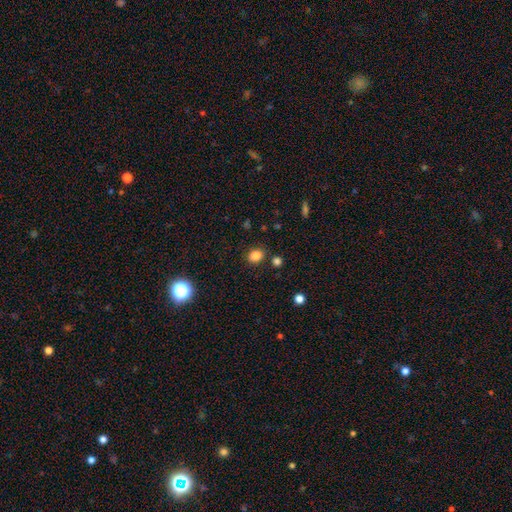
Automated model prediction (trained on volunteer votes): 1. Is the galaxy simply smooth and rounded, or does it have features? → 84% smooth, 12% star or artifact, 4% featured or disk.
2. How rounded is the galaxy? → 59% round, 41% in between, 1% cigar-shaped.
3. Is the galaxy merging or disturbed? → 83% none, 10% minor disturbance, 5% merger, 3% major disturbance.